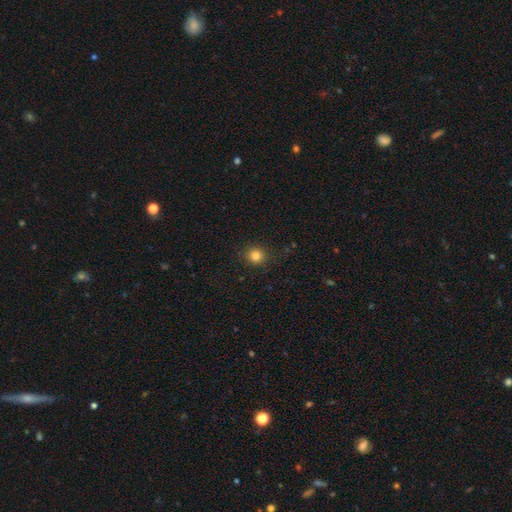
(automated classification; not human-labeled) smooth_or_featured: smooth (p=0.82) [alt: star or artifact p=0.13]
how_rounded: round (p=0.90) [alt: in between p=0.09]
merging: none (p=0.89) [alt: minor disturbance p=0.07]